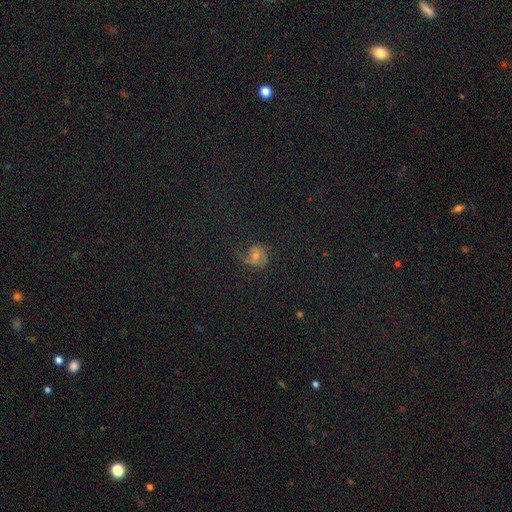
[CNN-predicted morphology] Q: Smooth or featured?
A: featured or disk (49%); runner-up: star or artifact (27%)
Q: Merging?
A: none (65%); runner-up: minor disturbance (18%)